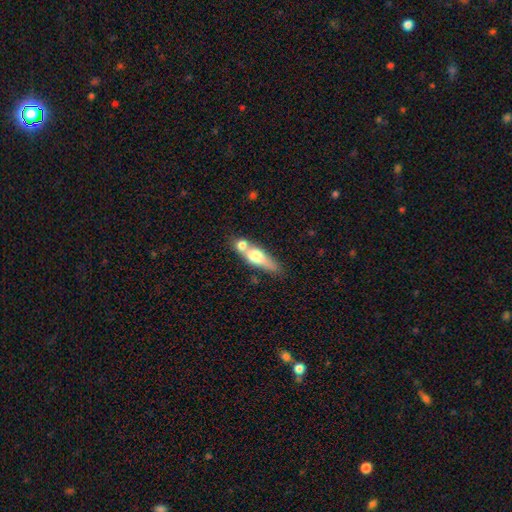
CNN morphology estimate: The model was most divided on "how rounded": cigar-shaped: 46%, in between: 44%, round: 9%. More confident: smooth or featured — smooth (56%); merging — merger (52%).